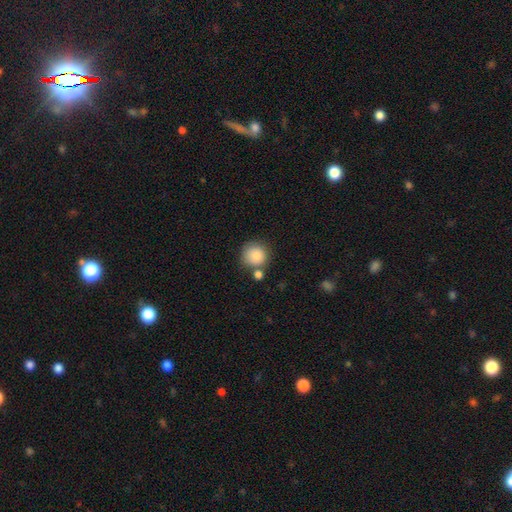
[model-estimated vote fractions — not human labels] Smooth or featured: smooth — 85% (star or artifact — 8%)
How rounded: round — 92% (in between — 7%)
Merging: none — 64% (merger — 19%)